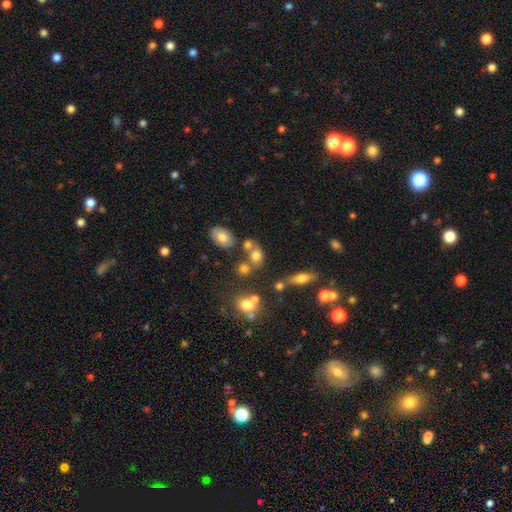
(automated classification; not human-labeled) smooth-or-featured: smooth: 71% | star or artifact: 15% | featured or disk: 14%
  how-rounded: round: 52% | in between: 46% | cigar-shaped: 2%
  merging: none: 46% | merger: 33% | minor disturbance: 14% | major disturbance: 7%